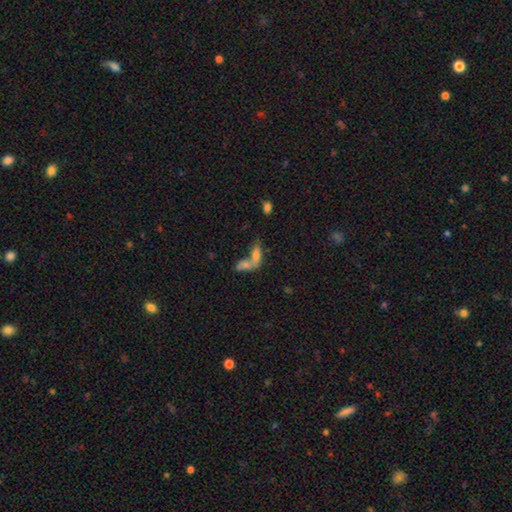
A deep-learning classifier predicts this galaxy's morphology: smooth-or-featured: smooth: 65% | featured or disk: 23% | star or artifact: 12%
  how-rounded: in between: 73% | cigar-shaped: 19% | round: 8%
  merging: merger: 69% | none: 18% | minor disturbance: 6% | major disturbance: 6%